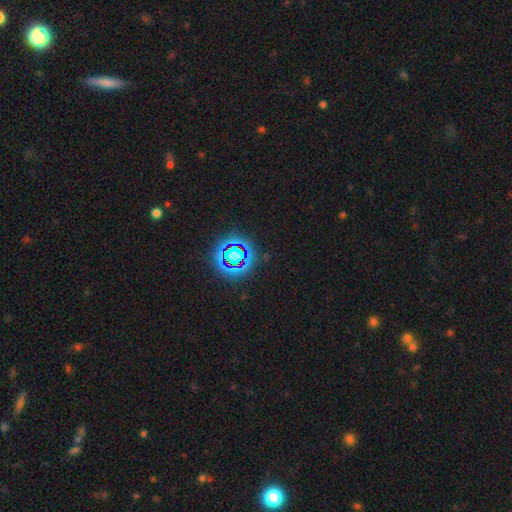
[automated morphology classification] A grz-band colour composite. It shows a star or artifact, not a galaxy (68%).